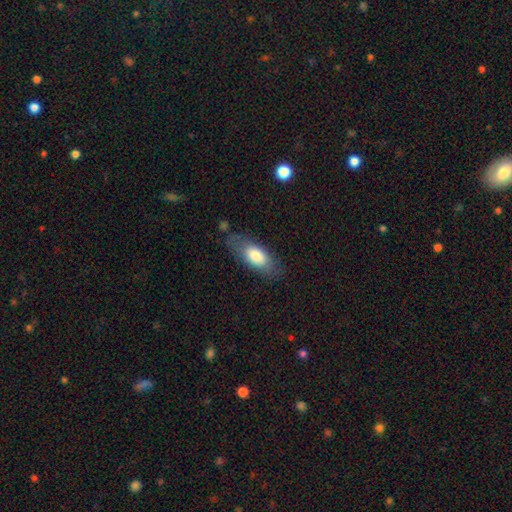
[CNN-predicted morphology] Q: Smooth or featured?
A: smooth (76%); runner-up: featured or disk (17%)
Q: How rounded?
A: in between (82%); runner-up: cigar-shaped (15%)
Q: Merging?
A: none (71%); runner-up: minor disturbance (19%)